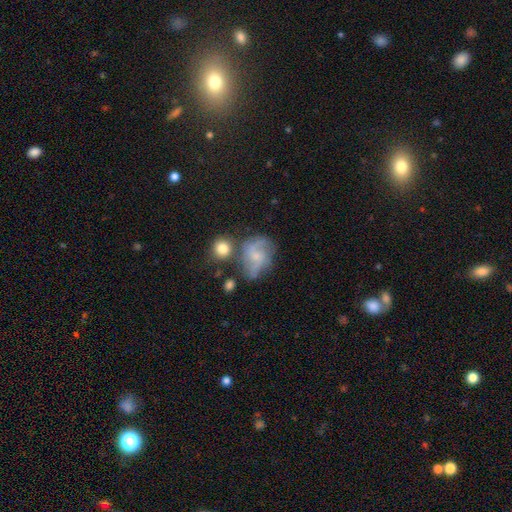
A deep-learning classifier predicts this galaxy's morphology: A featured or disk galaxy (70%) with no bar (59%), 2 (52%) medium (48%) spiral arms (91%) and a small central bulge (57%). Merging: none (53%).